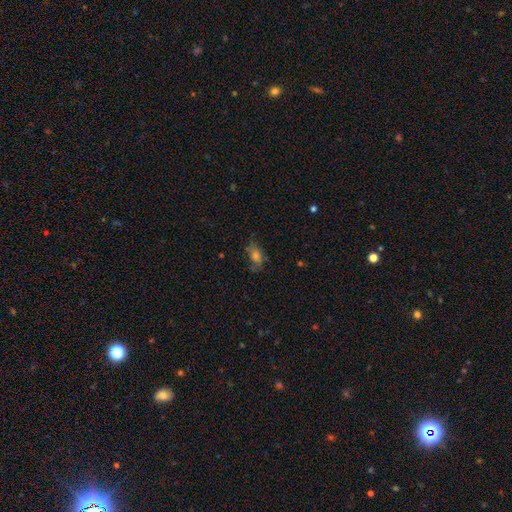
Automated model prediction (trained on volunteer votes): Smooth or featured? Predicted: smooth (p=0.53). How rounded? Predicted: in between (p=0.76). Merging? Predicted: none (p=0.61).